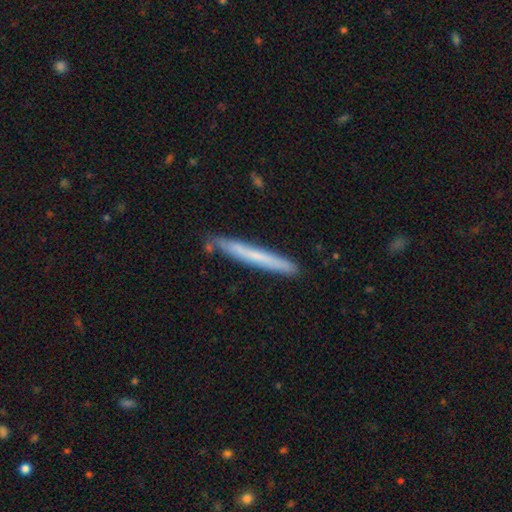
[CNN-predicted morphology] A smooth galaxy with no disk features (59%) that is cigar-shaped (97%).

Vote fractions:
- Smooth or featured? smooth: 59% / featured or disk: 35% / star or artifact: 6%
- How rounded? cigar-shaped: 97% / in between: 2% / round: 1%
- Merging? none: 83% / minor disturbance: 12% / merger: 3% / major disturbance: 2%